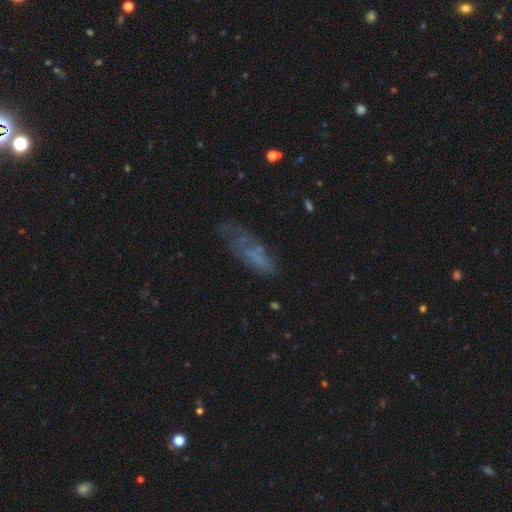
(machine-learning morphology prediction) smooth_or_featured: smooth (p=0.52) [alt: featured or disk p=0.35]
how_rounded: in between (p=0.60) [alt: cigar-shaped p=0.38]
merging: none (p=0.39) [alt: minor disturbance p=0.28]